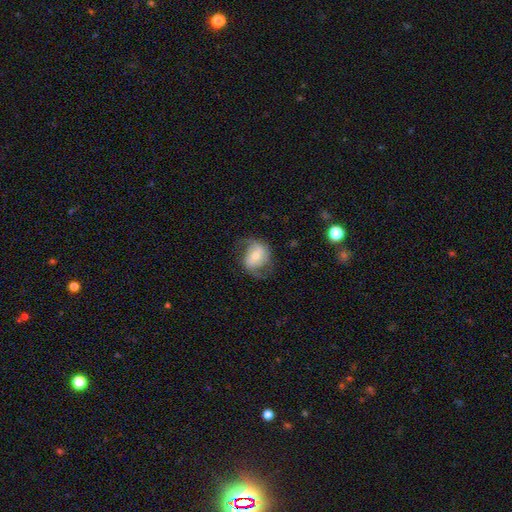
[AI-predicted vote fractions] Q: Smooth or featured?
A: featured or disk (64%); runner-up: smooth (29%)
Q: Edge-on disk?
A: no (97%); runner-up: yes (3%)
Q: Bar?
A: no (40%); tied with: weak (40%)
Q: Spiral arms?
A: yes (88%); runner-up: no (12%)
Q: Spiral winding?
A: medium (44%); runner-up: loose (40%)
Q: Spiral arm count?
A: 2 (85%); runner-up: can't tell (7%)
Q: Bulge size?
A: moderate (50%); runner-up: small (40%)
Q: Merging?
A: none (63%); runner-up: minor disturbance (21%)